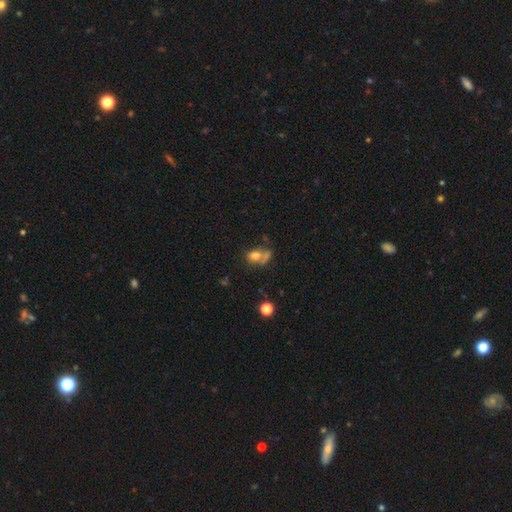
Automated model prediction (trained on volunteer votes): A smooth galaxy with no disk features (69%) that is in between round and cigar-shaped (61%).

Vote fractions:
- Smooth or featured? smooth: 69% / featured or disk: 17% / star or artifact: 14%
- How rounded? in between: 61% / round: 37% / cigar-shaped: 2%
- Merging? merger: 40% / none: 32% / minor disturbance: 15% / major disturbance: 13%